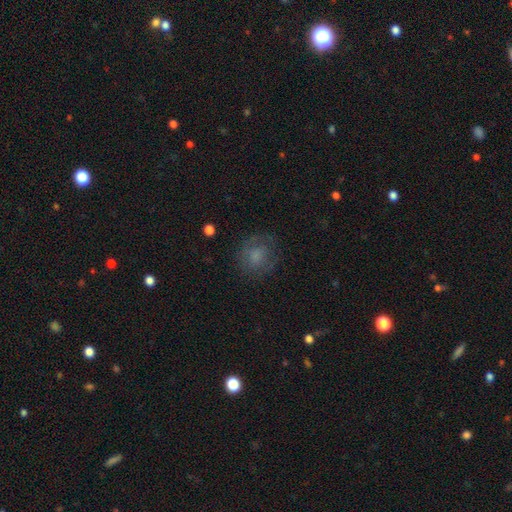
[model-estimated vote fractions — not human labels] smooth 61%, featured or disk 27%, star or artifact 13%. Down the decision tree: how rounded — round (73%); merging — none (69%).